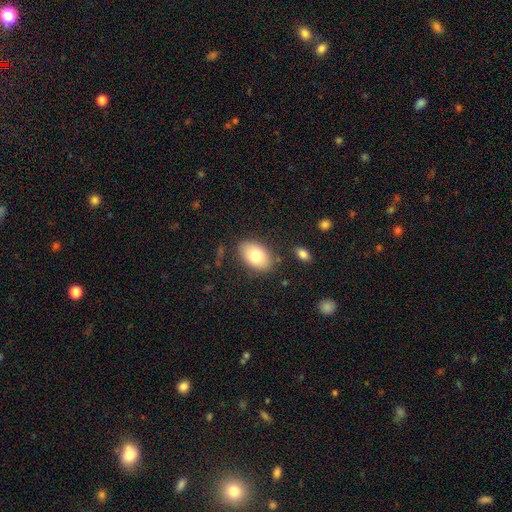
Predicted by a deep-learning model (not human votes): smooth-or-featured: smooth: 76% | featured or disk: 16% | star or artifact: 7%
  how-rounded: in between: 89% | round: 10% | cigar-shaped: 1%
  merging: none: 81% | minor disturbance: 12% | major disturbance: 3% | merger: 3%